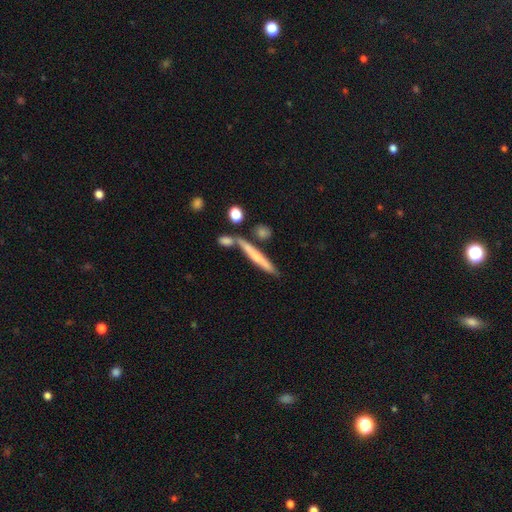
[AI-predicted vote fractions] This is possibly a smooth galaxy (54%). How rounded: clearly cigar-shaped (93%). Merging: likely none (69%).